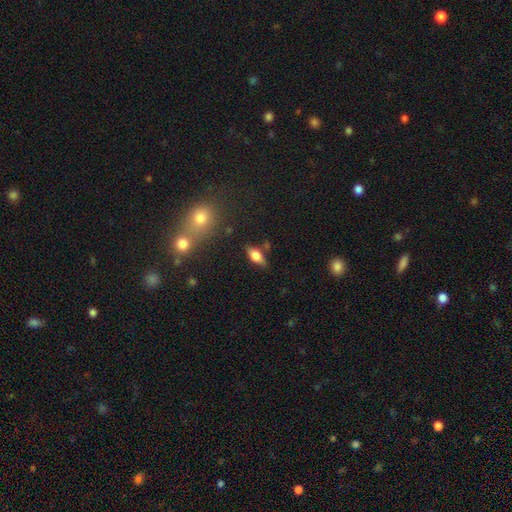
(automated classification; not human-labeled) smooth-or-featured: smooth: 59% | featured or disk: 32% | star or artifact: 9%
  how-rounded: in between: 79% | cigar-shaped: 15% | round: 6%
  merging: none: 77% | minor disturbance: 15% | merger: 5% | major disturbance: 4%